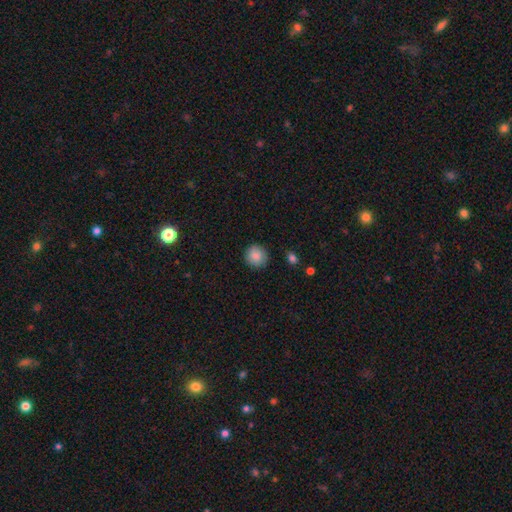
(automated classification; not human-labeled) A smooth galaxy with no disk features (87%) that is round (91%).

Vote fractions:
- Smooth or featured? smooth: 87% / star or artifact: 8% / featured or disk: 5%
- How rounded? round: 91% / in between: 8% / cigar-shaped: 1%
- Merging? none: 88% / minor disturbance: 8% / major disturbance: 2% / merger: 1%